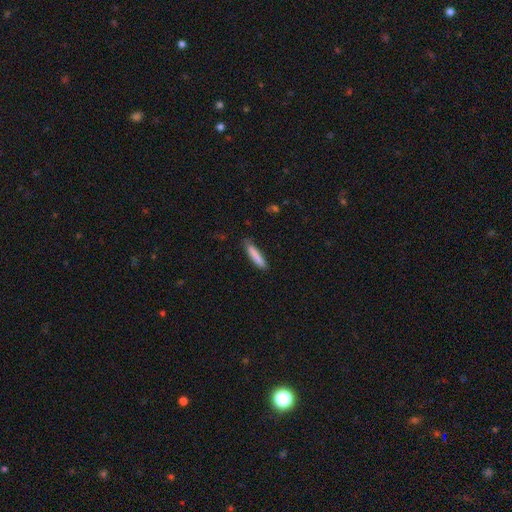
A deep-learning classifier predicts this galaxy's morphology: smooth 84%, featured or disk 10%, star or artifact 6%. Down the decision tree: how rounded — cigar-shaped (88%); merging — none (83%).